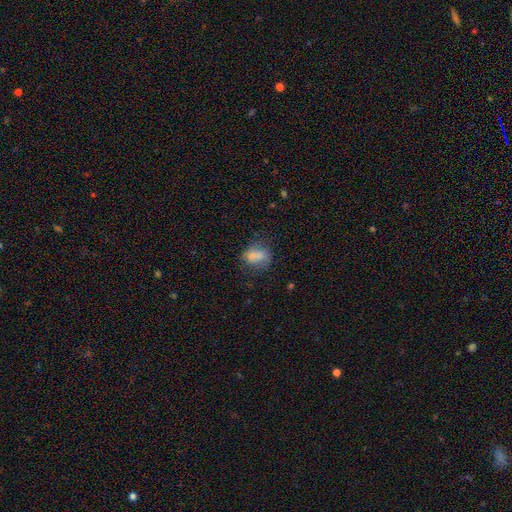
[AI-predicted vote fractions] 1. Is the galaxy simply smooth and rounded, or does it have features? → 72% smooth, 17% featured or disk, 11% star or artifact.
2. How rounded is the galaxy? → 61% in between, 36% round, 3% cigar-shaped.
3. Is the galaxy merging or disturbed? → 54% none, 25% minor disturbance, 13% major disturbance, 8% merger.